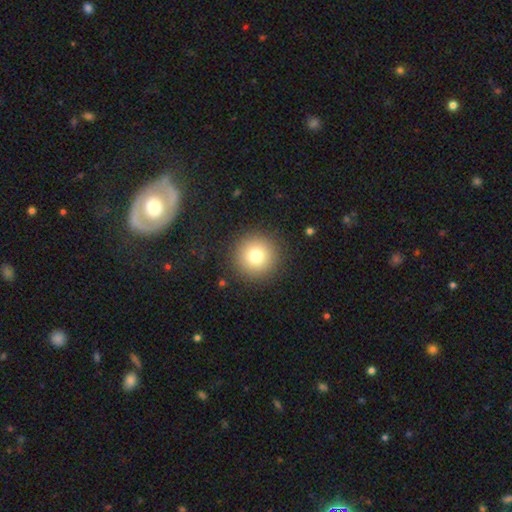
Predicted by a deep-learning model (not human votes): Smooth or featured: smooth — 80% (star or artifact — 11%)
How rounded: round — 96% (in between — 3%)
Merging: none — 91% (minor disturbance — 6%)